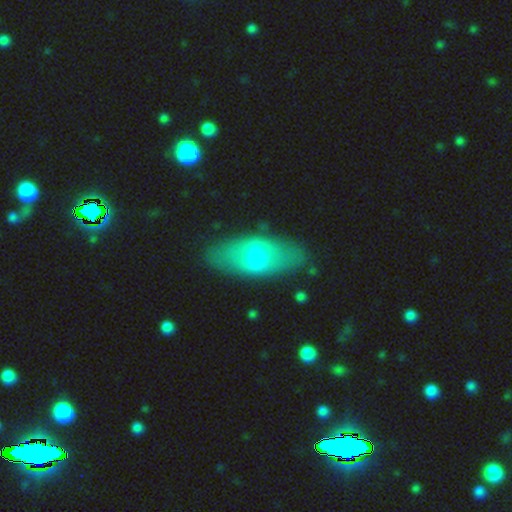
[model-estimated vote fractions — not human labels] This is possibly a smooth galaxy (51%). How rounded: clearly in between (84%). Merging: clearly none (81%).